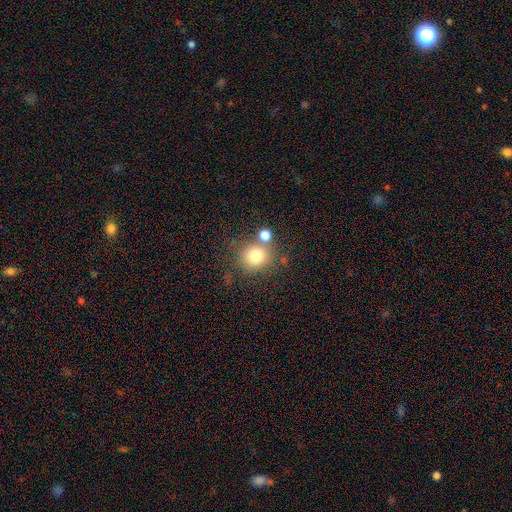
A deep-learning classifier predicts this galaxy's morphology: This is likely a smooth galaxy (77%). How rounded: clearly round (87%). Merging: likely none (63%).